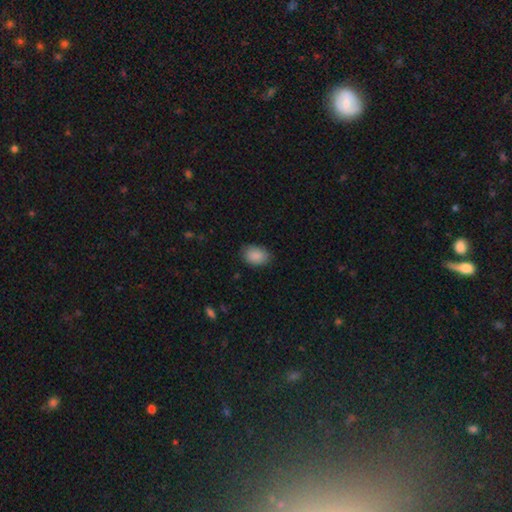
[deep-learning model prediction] This is clearly a smooth galaxy (89%). How rounded: likely in between (79%). Merging: clearly none (80%).